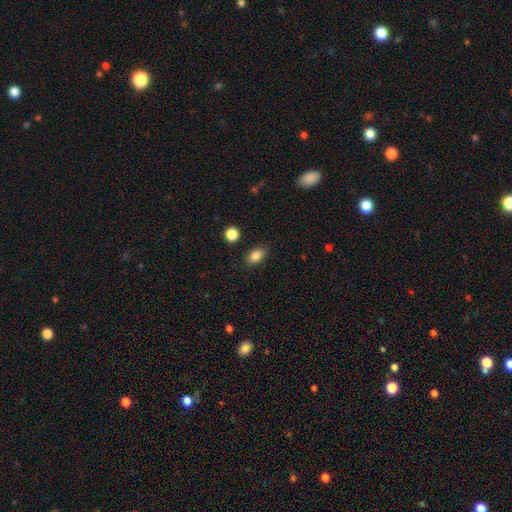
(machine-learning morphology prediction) Overall: smooth (85%). How rounded: in between (82%). Merging: none (83%).